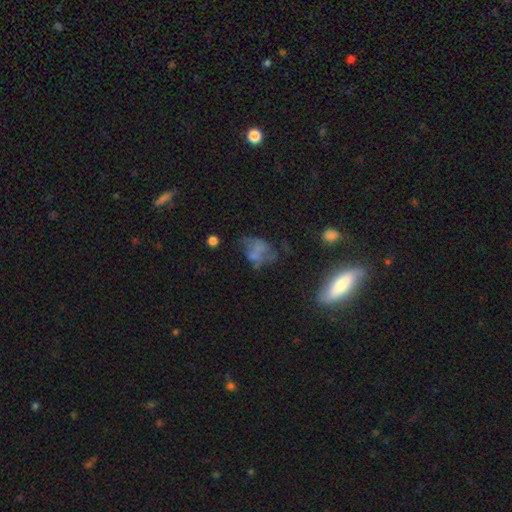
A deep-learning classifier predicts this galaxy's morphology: A smooth galaxy with no disk features (44%). Merging: none (42%).